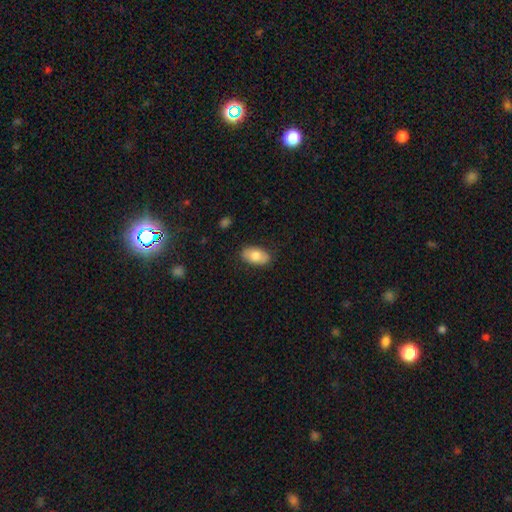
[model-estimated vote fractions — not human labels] smooth 76%, featured or disk 17%, star or artifact 6%. Down the decision tree: how rounded — in between (93%); merging — none (85%).